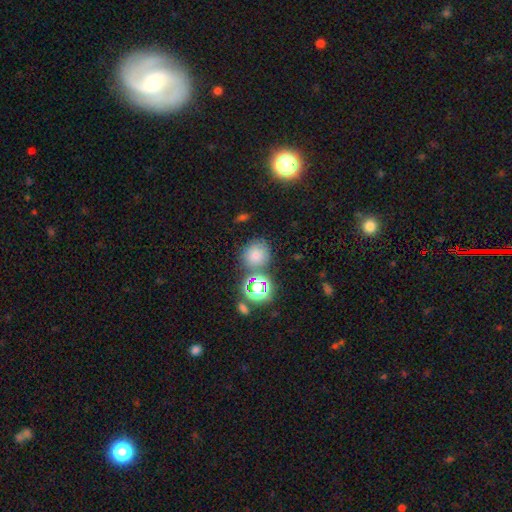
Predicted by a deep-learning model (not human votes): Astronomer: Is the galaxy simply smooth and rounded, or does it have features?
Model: smooth — 66%.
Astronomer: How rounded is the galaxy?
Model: round — 87%.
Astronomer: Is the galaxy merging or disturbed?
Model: none — 70%.